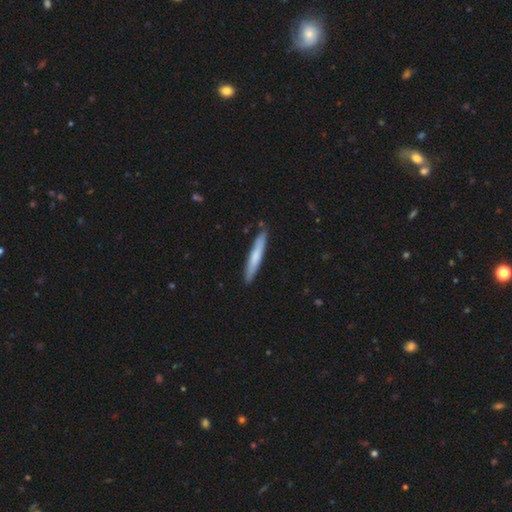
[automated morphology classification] smooth_or_featured: smooth (p=0.68) [alt: featured or disk p=0.27]
how_rounded: cigar-shaped (p=0.95) [alt: in between p=0.04]
merging: none (p=0.89) [alt: minor disturbance p=0.09]